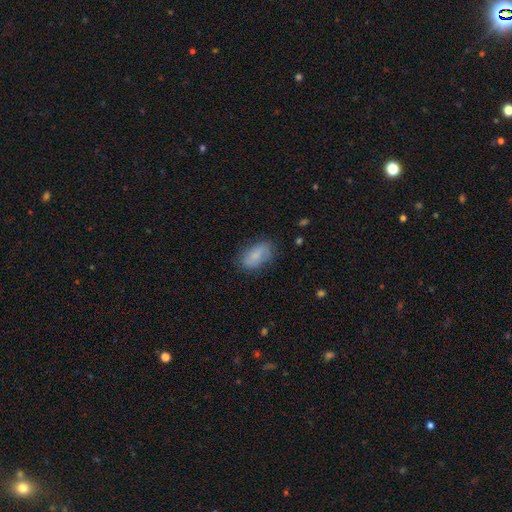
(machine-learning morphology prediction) Q: Smooth or featured?
A: smooth (77%); runner-up: featured or disk (16%)
Q: How rounded?
A: in between (90%); runner-up: cigar-shaped (5%)
Q: Merging?
A: none (73%); runner-up: minor disturbance (20%)